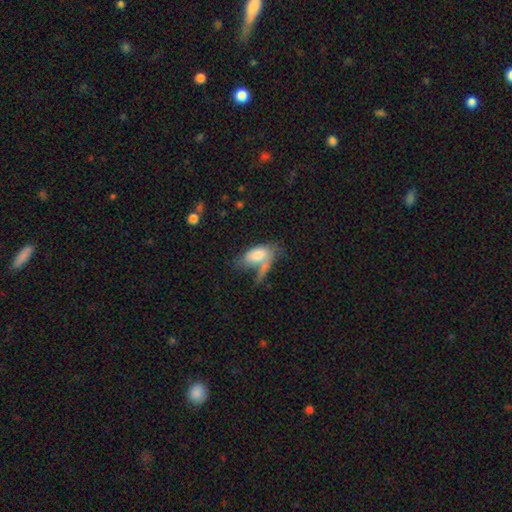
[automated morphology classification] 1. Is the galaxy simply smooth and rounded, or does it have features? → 70% smooth, 22% featured or disk, 8% star or artifact.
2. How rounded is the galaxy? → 89% in between, 7% cigar-shaped, 5% round.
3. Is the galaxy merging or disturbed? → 29% merger (tied), 29% none (tied), 24% major disturbance, 18% minor disturbance.